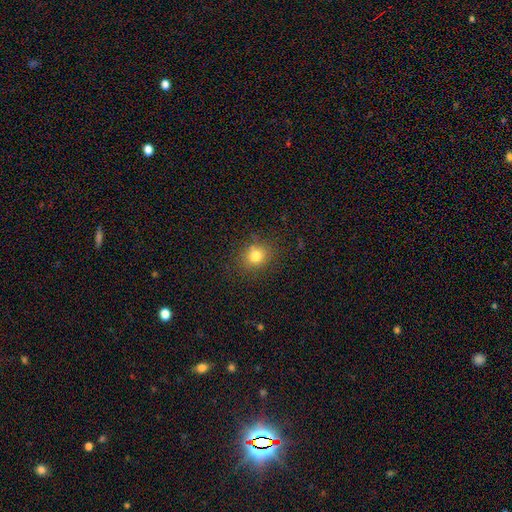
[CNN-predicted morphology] Smooth or featured? Predicted: smooth (p=0.79). How rounded? Predicted: round (p=0.74). Merging? Predicted: none (p=0.84).